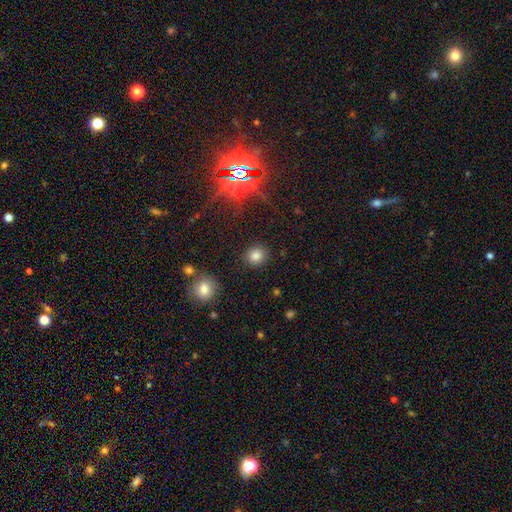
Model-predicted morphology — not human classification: Smooth or featured? smooth (80%)
How rounded? round (82%)
Merging? none (89%)